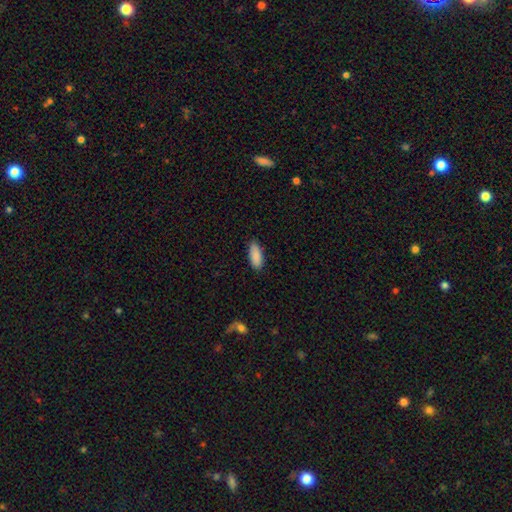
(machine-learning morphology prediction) Q: Smooth or featured?
A: smooth (89%); runner-up: star or artifact (6%)
Q: How rounded?
A: in between (81%); runner-up: cigar-shaped (17%)
Q: Merging?
A: none (84%); runner-up: minor disturbance (13%)